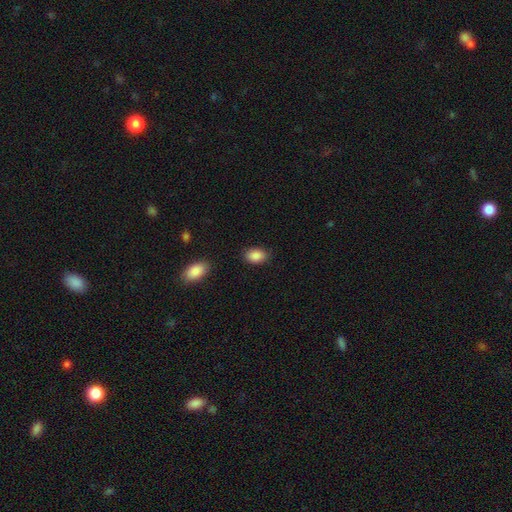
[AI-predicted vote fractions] Overall: smooth (89%). How rounded: in between (84%). Merging: none (85%).